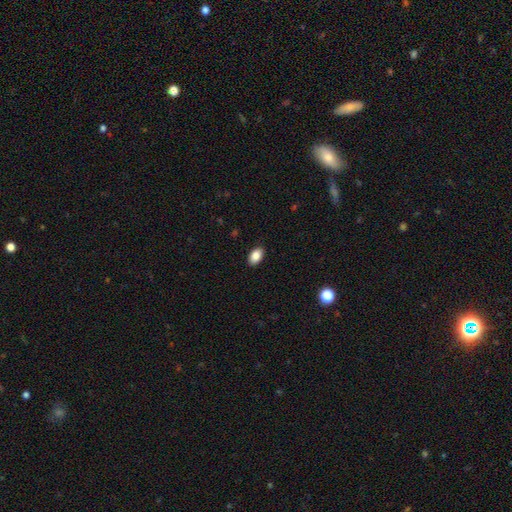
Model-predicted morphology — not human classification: Q: Smooth or featured?
A: smooth (87%); runner-up: star or artifact (8%)
Q: How rounded?
A: in between (90%); runner-up: round (9%)
Q: Merging?
A: none (90%); runner-up: minor disturbance (8%)